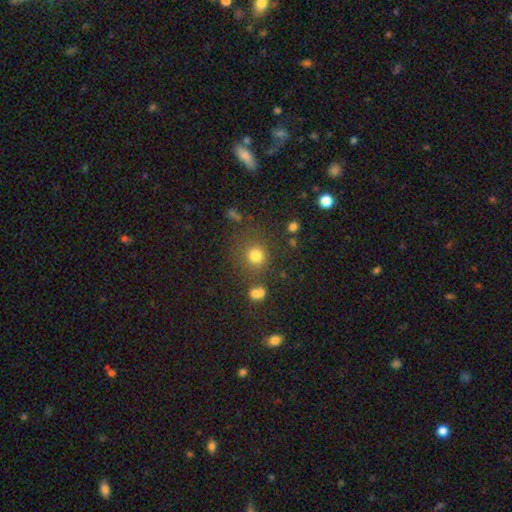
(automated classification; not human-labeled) Morphology: type=smooth (77%); roundness=round (90%); merging=none (74%).